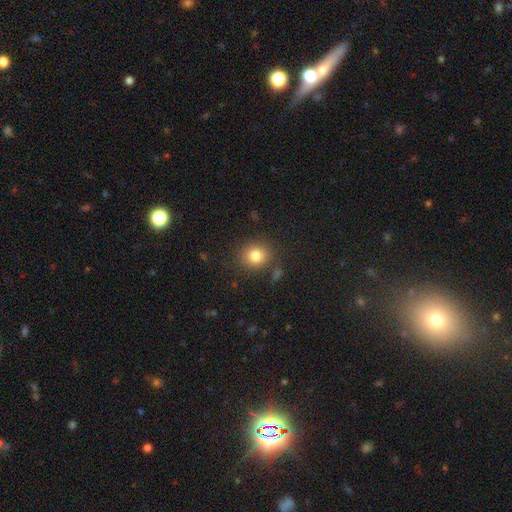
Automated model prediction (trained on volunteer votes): This appears to be a smooth galaxy with no disk features (81%) that is round (79%). Merging: none (84%).